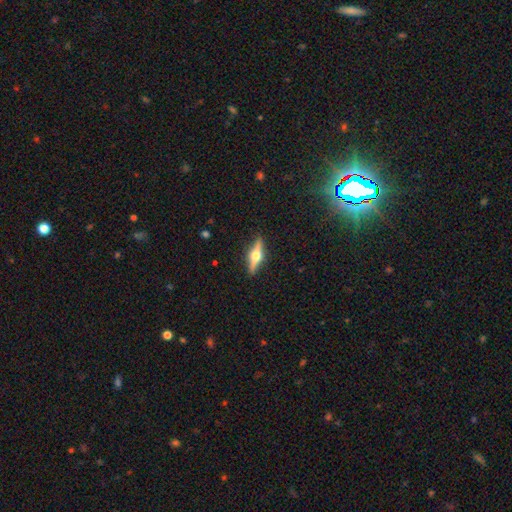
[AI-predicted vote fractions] smooth-or-featured: featured or disk: 72% | smooth: 22% | star or artifact: 6%
  disk-edge-on: yes: 97% | no: 3%
    edge-on-bulge: rounded: 96% | boxy: 3% | none: 1%
  merging: none: 89% | minor disturbance: 8% | major disturbance: 2% | merger: 1%